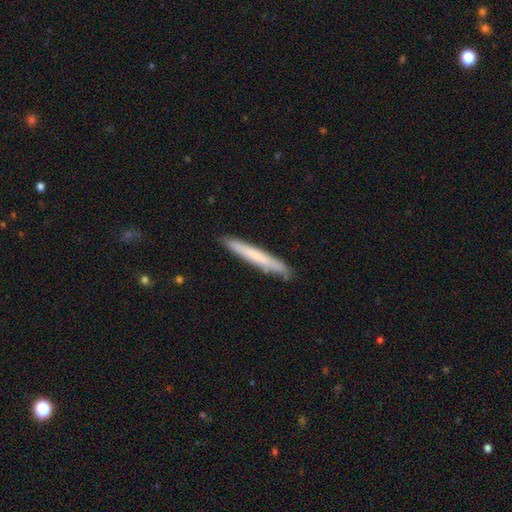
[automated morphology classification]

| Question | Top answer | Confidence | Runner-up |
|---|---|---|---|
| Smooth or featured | smooth | 65% | featured or disk (29%) |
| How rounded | cigar-shaped | 96% | in between (3%) |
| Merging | none | 88% | minor disturbance (9%) |